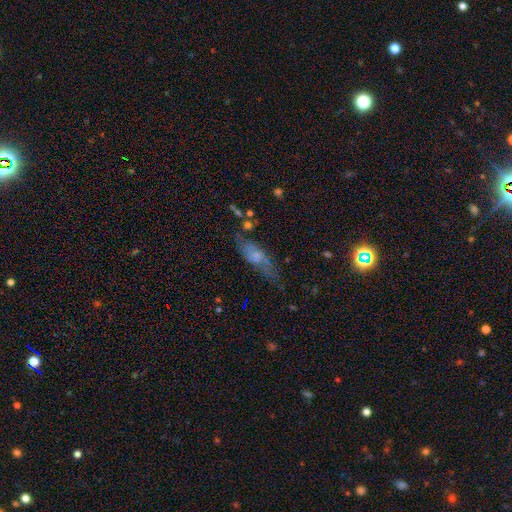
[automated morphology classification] Smooth or featured?
  - featured or disk: 45% *
  - smooth: 42%
  - star or artifact: 12%
Merging?
  - none: 53% *
  - minor disturbance: 25%
  - major disturbance: 16%
  - merger: 6%